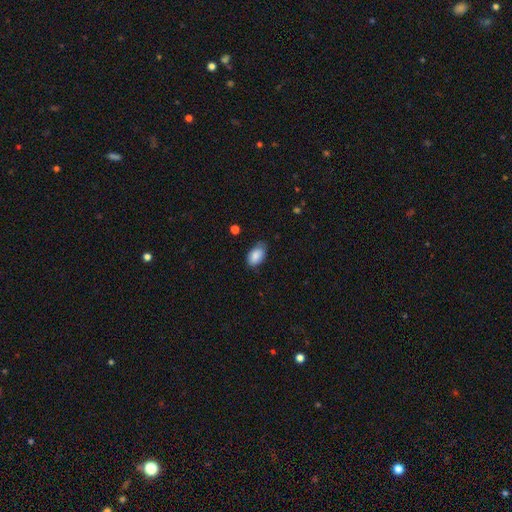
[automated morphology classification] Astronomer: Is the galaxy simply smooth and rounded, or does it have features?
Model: smooth — 87%.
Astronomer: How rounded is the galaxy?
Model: in between — 91%.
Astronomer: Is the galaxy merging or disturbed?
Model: none — 68%.